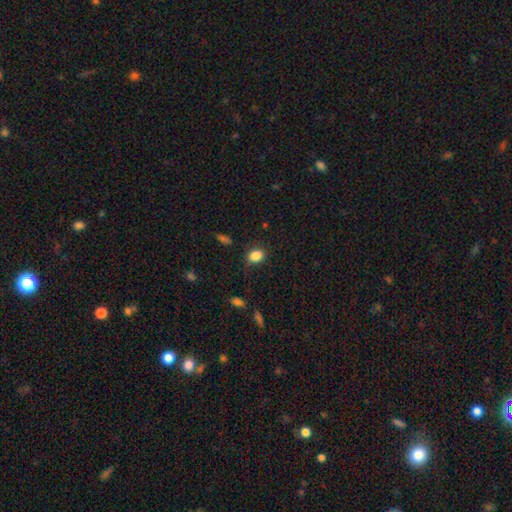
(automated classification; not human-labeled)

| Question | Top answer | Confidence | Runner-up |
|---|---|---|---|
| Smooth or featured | smooth | 86% | star or artifact (10%) |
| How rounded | in between | 69% | round (30%) |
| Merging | none | 78% | minor disturbance (16%) |